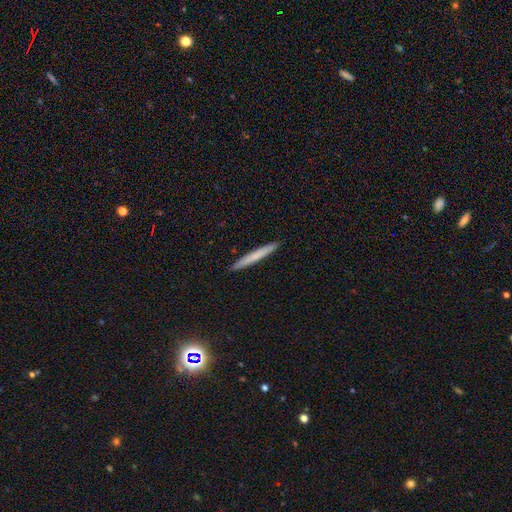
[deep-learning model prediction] Q: Smooth or featured?
A: smooth (67%); runner-up: featured or disk (27%)
Q: How rounded?
A: cigar-shaped (97%); runner-up: in between (2%)
Q: Merging?
A: none (93%); runner-up: minor disturbance (5%)